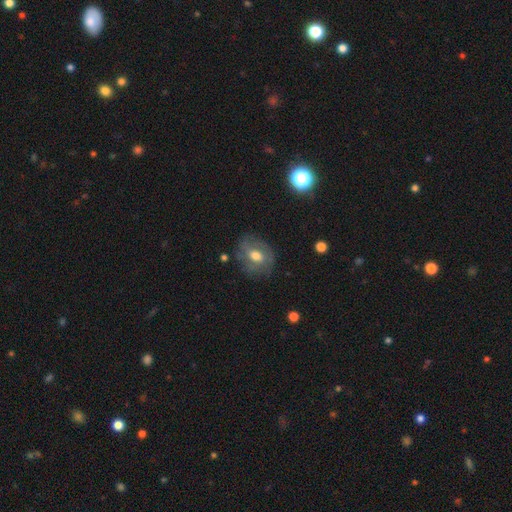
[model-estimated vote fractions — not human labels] Q: Smooth or featured?
A: smooth (47%); runner-up: featured or disk (44%)
Q: Merging?
A: none (72%); runner-up: minor disturbance (19%)